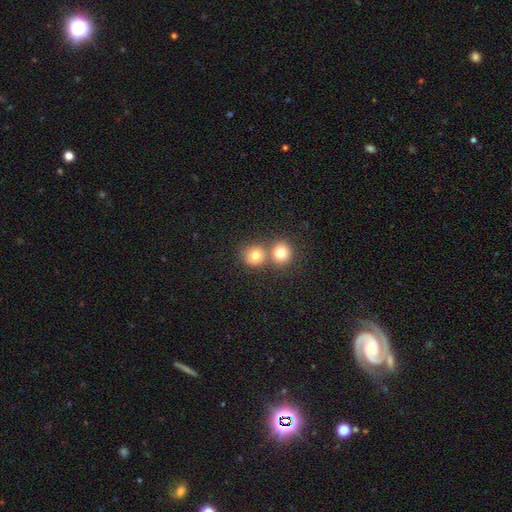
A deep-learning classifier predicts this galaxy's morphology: Smooth or featured? Predicted: smooth (p=0.77). How rounded? Predicted: round (p=0.87). Merging? Predicted: none (p=0.53).